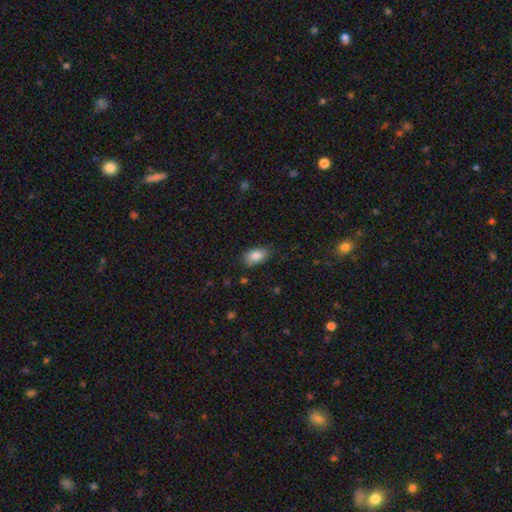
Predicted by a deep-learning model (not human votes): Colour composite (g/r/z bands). It shows a smooth galaxy with no disk features (86%) that is in between round and cigar-shaped (89%). Merging: none (75%).